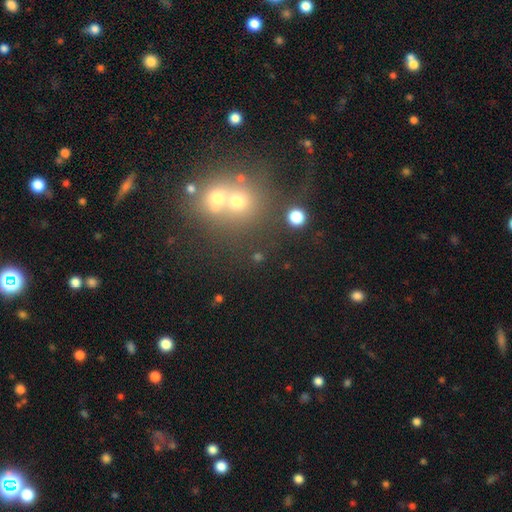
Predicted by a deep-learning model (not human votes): A smooth galaxy with no disk features (49%).

Vote fractions:
- Smooth or featured? smooth: 49% / star or artifact: 31% / featured or disk: 20%
- Merging? merger: 54% / none: 35% / minor disturbance: 7% / major disturbance: 5%